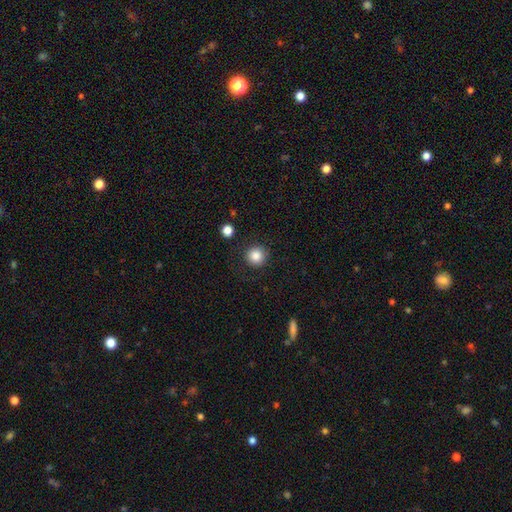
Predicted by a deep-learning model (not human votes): smooth_or_featured: smooth (p=0.86) [alt: star or artifact p=0.10]
how_rounded: round (p=0.94) [alt: in between p=0.05]
merging: none (p=0.88) [alt: minor disturbance p=0.07]